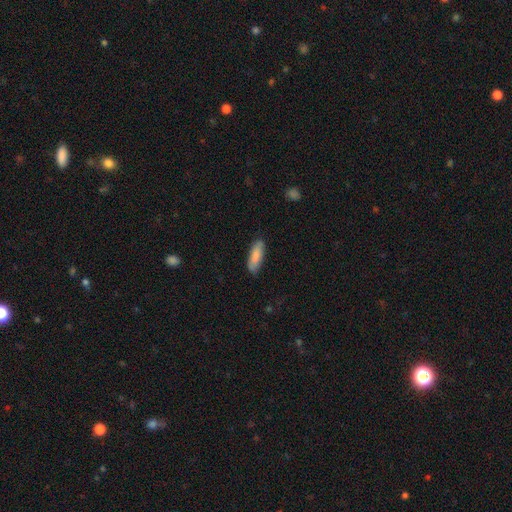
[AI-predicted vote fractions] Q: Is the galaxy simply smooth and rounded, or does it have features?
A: smooth — 86%.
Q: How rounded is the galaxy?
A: in between — 54%.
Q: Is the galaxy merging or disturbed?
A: none — 83%.